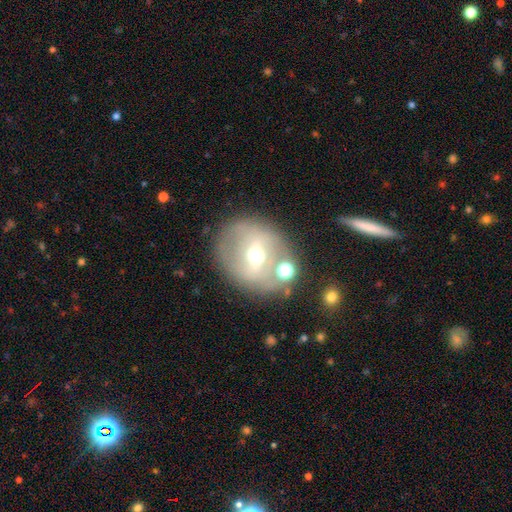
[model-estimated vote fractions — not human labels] This appears to be a featured or disk galaxy (57%) with a weak bar (43%), no spiral arms (61%) and a moderate central bulge (70%). Merging: none (71%).